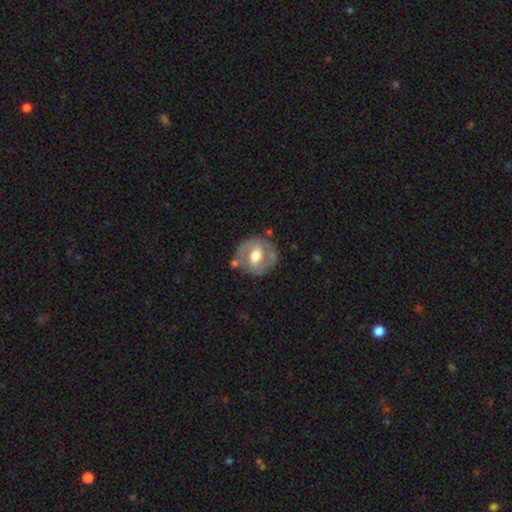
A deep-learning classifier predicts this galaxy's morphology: Smooth or featured? featured or disk (64%)
Edge-on disk? no (97%)
Bar? weak (43%)
Spiral arms? yes (59%)
Bulge size? moderate (66%)
Merging? none (72%)